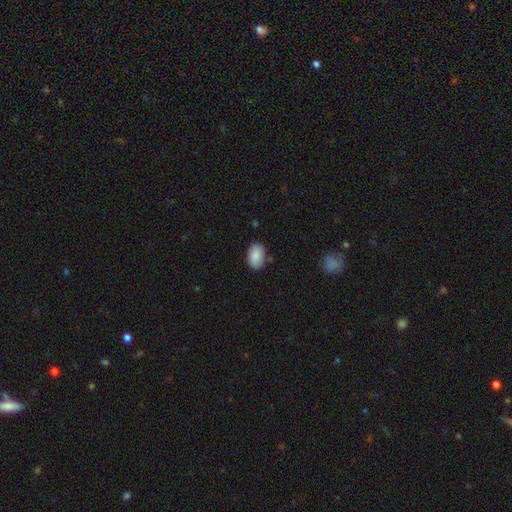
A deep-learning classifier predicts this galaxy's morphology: This appears to be a smooth galaxy with no disk features (89%) that is in between round and cigar-shaped (89%). Merging: none (82%).